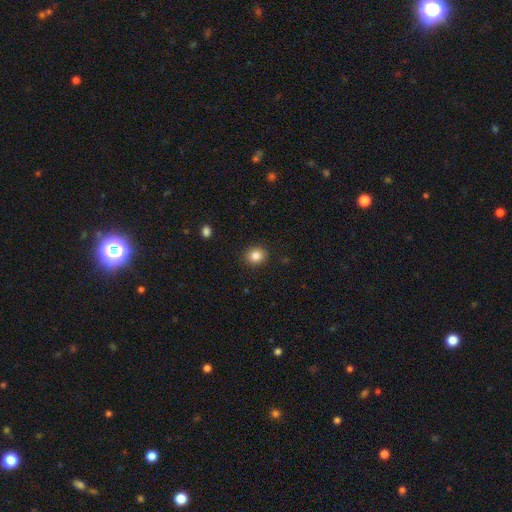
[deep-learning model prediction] A smooth galaxy with no disk features (85%) that is round (76%).

Vote fractions:
- Smooth or featured? smooth: 85% / star or artifact: 10% / featured or disk: 5%
- How rounded? round: 76% / in between: 23% / cigar-shaped: 1%
- Merging? none: 90% / minor disturbance: 7% / major disturbance: 2% / merger: 1%